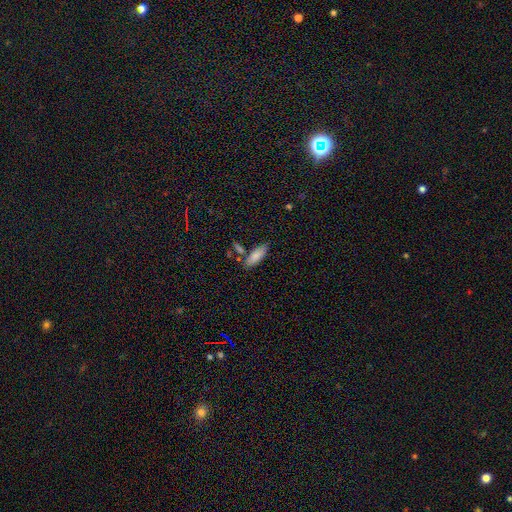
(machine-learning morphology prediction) This appears to be a smooth galaxy with no disk features (83%) that is in between round and cigar-shaped (62%). Merging: none (73%).